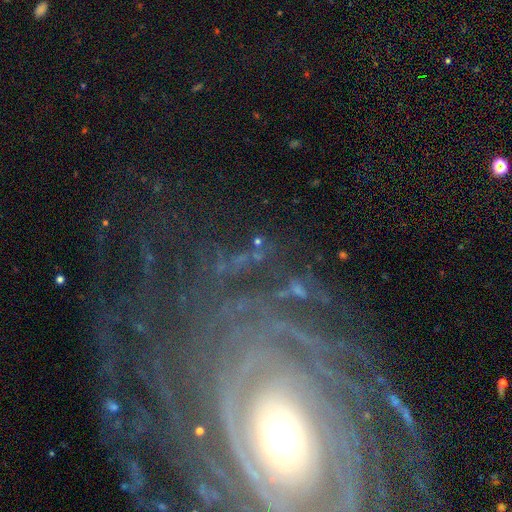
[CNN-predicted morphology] A featured or disk galaxy (68%) with no bar (47%), tight (72%) spiral arms (92%) and a small central bulge (60%).

Vote fractions:
- Smooth or featured? featured or disk: 68% / star or artifact: 21% / smooth: 11%
- Edge-on disk? no: 93% / yes: 7%
- Bar? no: 47% / weak: 30% / strong: 23%
- Spiral arms? yes: 92% / no: 8%
- Spiral winding? tight: 72% / medium: 21% / loose: 7%
- Spiral arm count? can't tell: 30% / more than 4: 16% / 3: 15% / 2: 14% / 4: 14% / 1: 11%
- Bulge size? small: 60% / moderate: 26% / none: 6% / large: 5% / dominant: 3%
- Merging? none: 69% / minor disturbance: 16% / major disturbance: 12% / merger: 4%